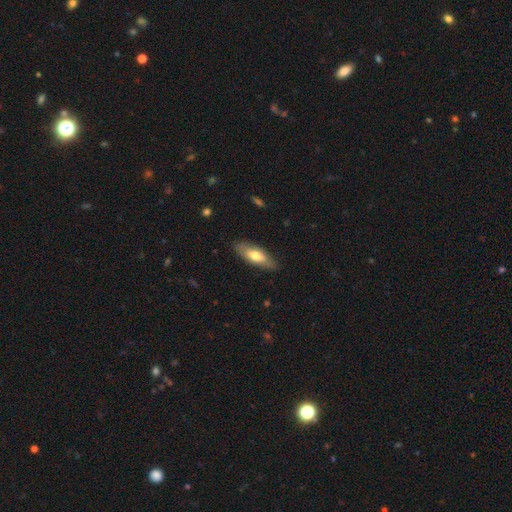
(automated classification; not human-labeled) Smooth or featured?
  - smooth: 63% *
  - featured or disk: 31%
  - star or artifact: 6%
How rounded?
  - in between: 65% *
  - cigar-shaped: 33%
  - round: 2%
Merging?
  - none: 84% *
  - minor disturbance: 13%
  - major disturbance: 3%
  - merger: 1%